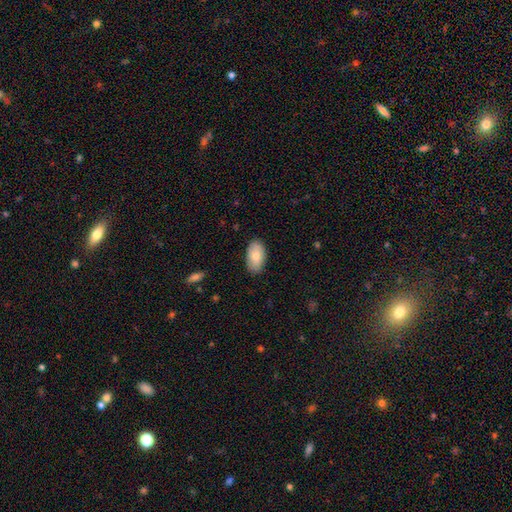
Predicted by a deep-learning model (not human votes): This is clearly a smooth galaxy (83%). How rounded: clearly in between (95%). Merging: clearly none (86%).